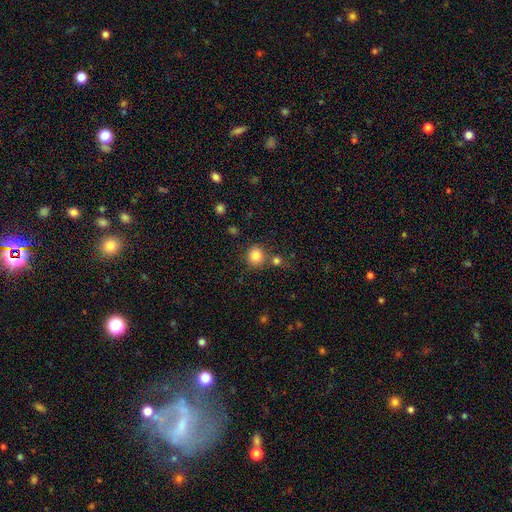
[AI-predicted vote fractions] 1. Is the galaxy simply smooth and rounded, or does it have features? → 84% smooth, 11% star or artifact, 5% featured or disk.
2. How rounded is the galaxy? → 90% round, 10% in between, 1% cigar-shaped.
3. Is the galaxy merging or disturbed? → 73% none, 14% merger, 9% minor disturbance, 3% major disturbance.